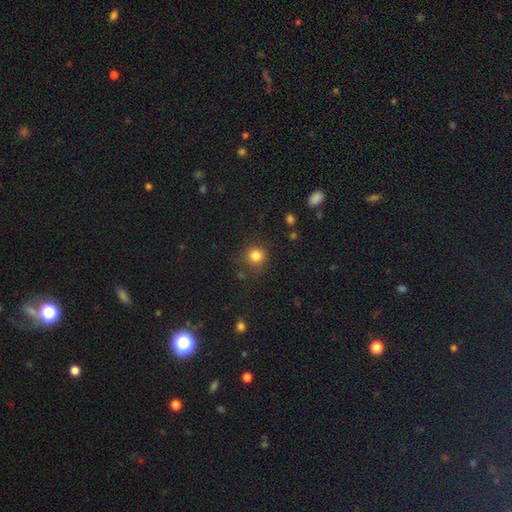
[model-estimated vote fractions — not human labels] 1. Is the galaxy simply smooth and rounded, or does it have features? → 82% smooth, 13% star or artifact, 5% featured or disk.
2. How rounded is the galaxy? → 90% round, 9% in between, 1% cigar-shaped.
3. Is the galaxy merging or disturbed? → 79% none, 13% minor disturbance, 5% major disturbance, 3% merger.